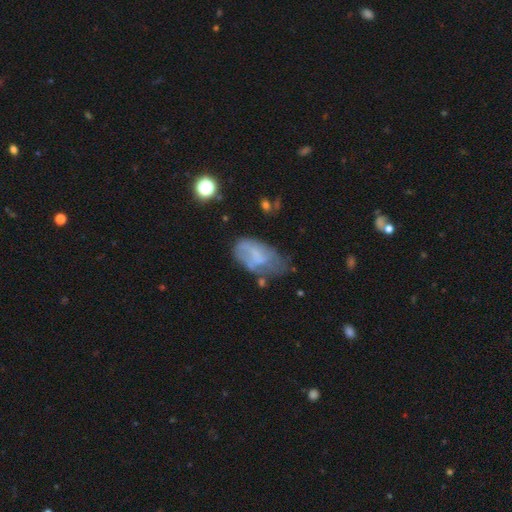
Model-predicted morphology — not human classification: Smooth or featured: smooth — 48% (featured or disk — 42%)
Merging: none — 36% (minor disturbance — 34%)